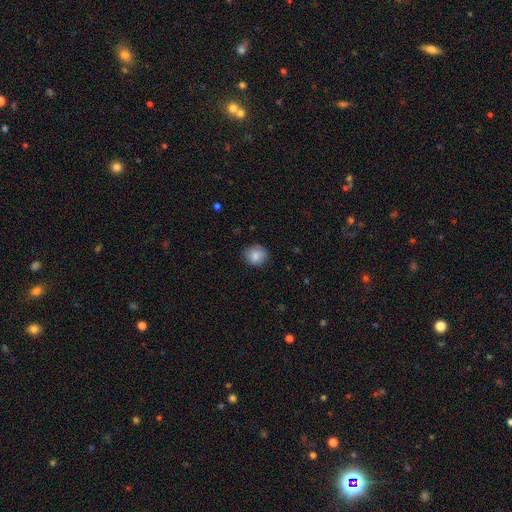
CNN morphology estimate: Smooth or featured? smooth (85%)
How rounded? round (81%)
Merging? none (83%)